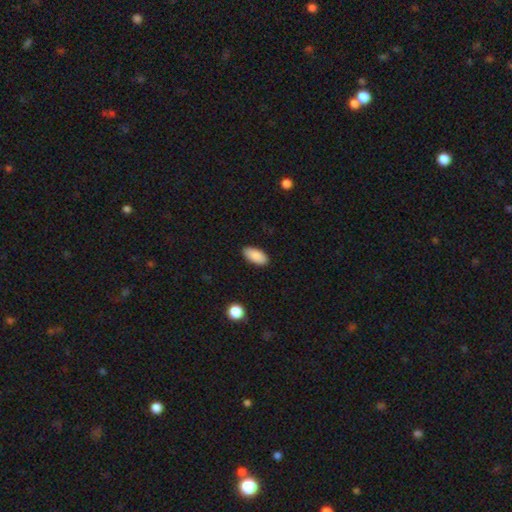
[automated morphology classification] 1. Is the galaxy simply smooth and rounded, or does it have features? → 88% smooth, 7% star or artifact, 5% featured or disk.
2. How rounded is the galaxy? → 93% in between, 5% cigar-shaped, 2% round.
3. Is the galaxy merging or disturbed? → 88% none, 9% minor disturbance, 2% major disturbance, 1% merger.